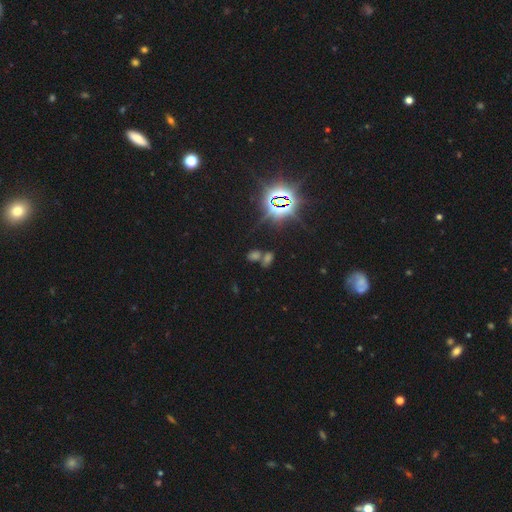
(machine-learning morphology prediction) This is likely a star or artifact rather than a galaxy (66%).